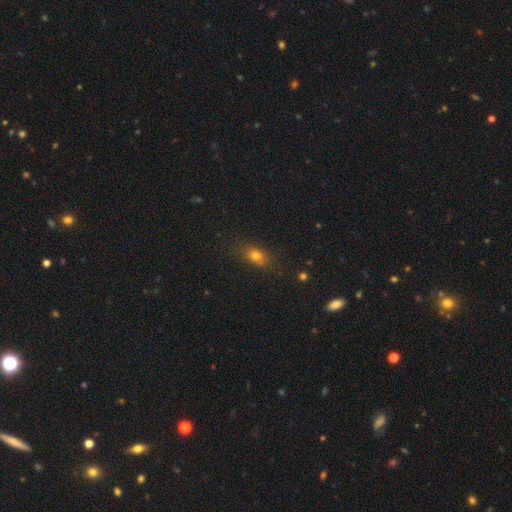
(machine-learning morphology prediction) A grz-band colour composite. It shows a smooth galaxy with no disk features (74%) that is in between round and cigar-shaped (70%). Merging: none (79%).